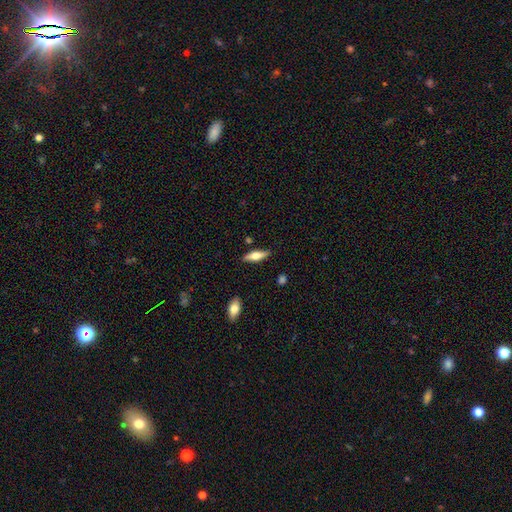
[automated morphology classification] smooth_or_featured: smooth (p=0.53) [alt: featured or disk p=0.41]
how_rounded: cigar-shaped (p=0.54) [alt: in between p=0.44]
merging: none (p=0.86) [alt: minor disturbance p=0.10]